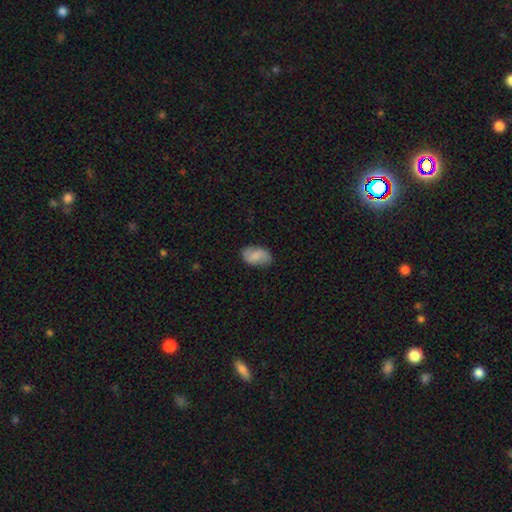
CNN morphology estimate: Smooth or featured? Predicted: smooth (p=0.61). How rounded? Predicted: in between (p=0.91). Merging? Predicted: none (p=0.78).